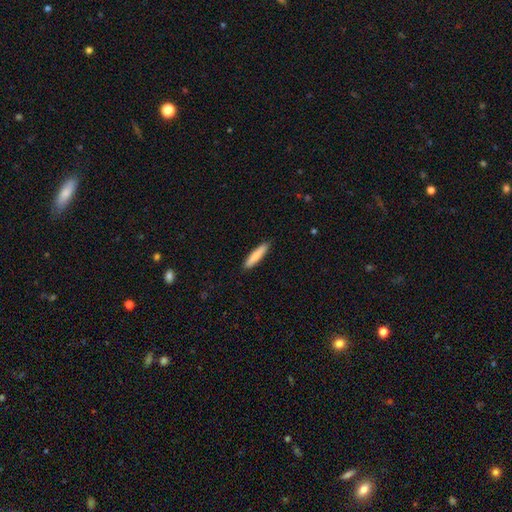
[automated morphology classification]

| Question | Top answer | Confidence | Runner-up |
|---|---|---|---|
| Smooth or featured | smooth | 79% | featured or disk (15%) |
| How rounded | cigar-shaped | 87% | in between (12%) |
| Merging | none | 90% | minor disturbance (8%) |